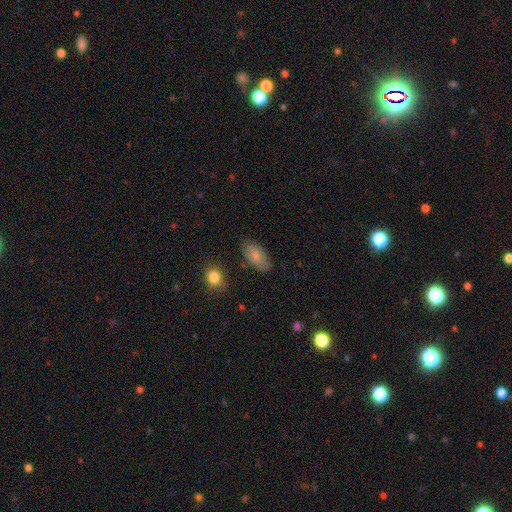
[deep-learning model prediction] This appears to be a smooth galaxy with no disk features (78%) that is in between round and cigar-shaped (93%). Merging: none (77%).